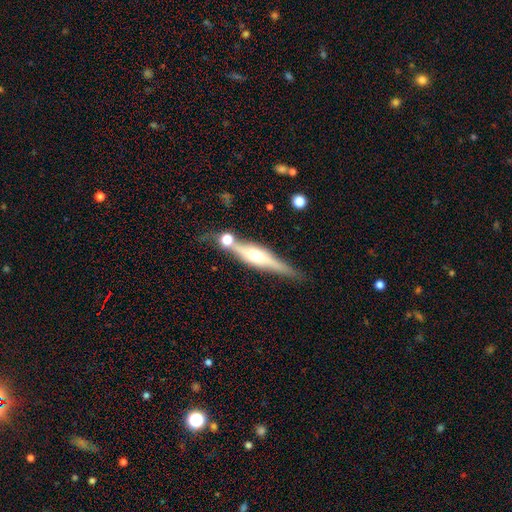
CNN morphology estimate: type=featured or disk (71%); edge-on=yes (94%); edge-on bulge=rounded (83%); merging=none (69%).